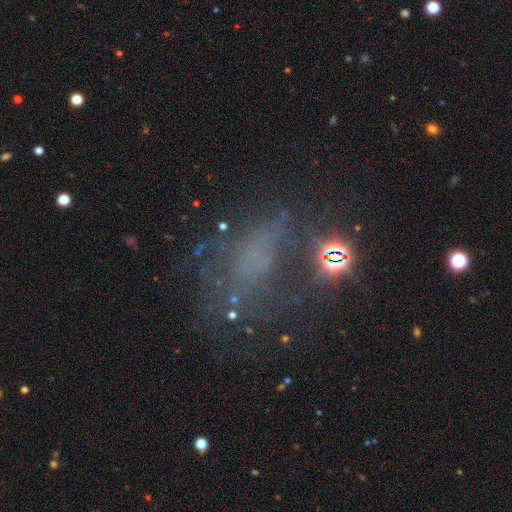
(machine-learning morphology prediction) This is marginally a featured or disk galaxy (39%). Merging: marginally none (40%).